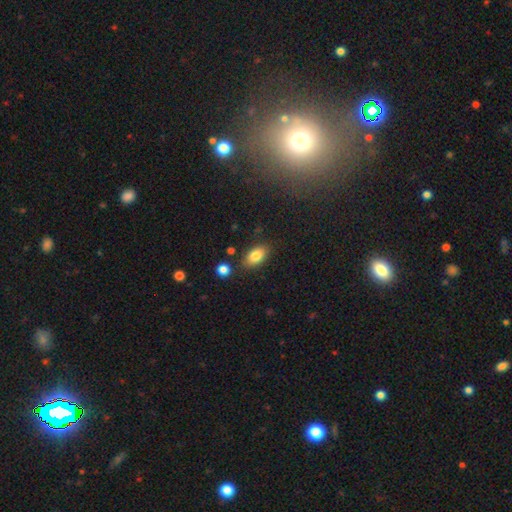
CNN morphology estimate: Smooth or featured? smooth (83%)
How rounded? in between (90%)
Merging? none (82%)